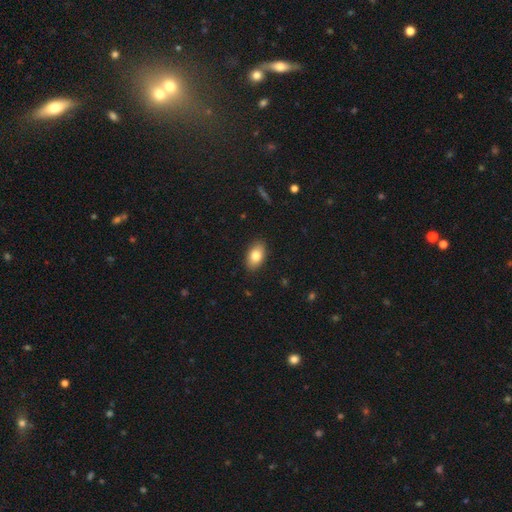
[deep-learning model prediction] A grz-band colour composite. It shows a smooth galaxy with no disk features (80%) that is in between round and cigar-shaped (91%). Merging: none (88%).